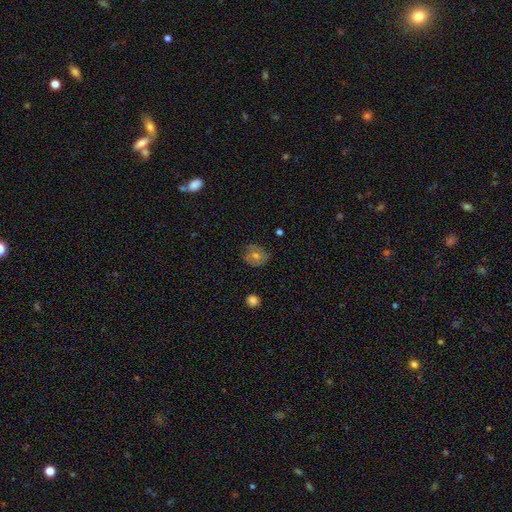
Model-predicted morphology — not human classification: Smooth or featured? Predicted: featured or disk (p=0.52). Edge-on disk? Predicted: no (p=0.96). Merging? Predicted: none (p=0.77).